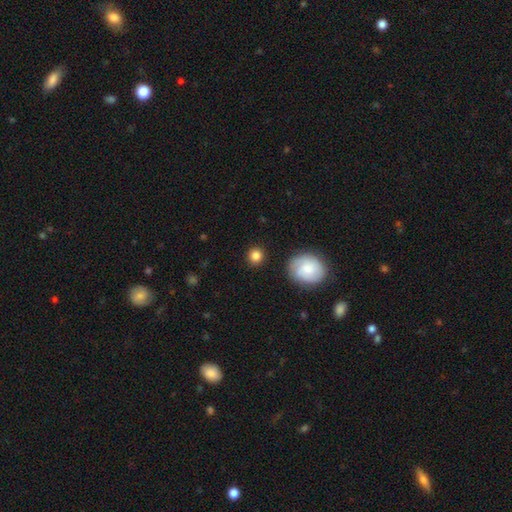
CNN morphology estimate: smooth-or-featured: smooth: 84% | star or artifact: 8% | featured or disk: 8%
  how-rounded: round: 90% | in between: 9% | cigar-shaped: 1%
  merging: none: 88% | minor disturbance: 7% | major disturbance: 2% | merger: 2%